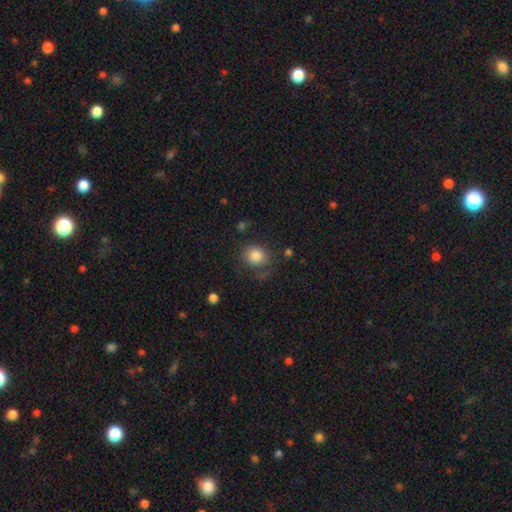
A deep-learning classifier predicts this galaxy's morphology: A smooth galaxy with no disk features (83%) that is round (76%).

Vote fractions:
- Smooth or featured? smooth: 83% / star or artifact: 9% / featured or disk: 7%
- How rounded? round: 76% / in between: 23% / cigar-shaped: 1%
- Merging? none: 67% / minor disturbance: 19% / major disturbance: 11% / merger: 3%